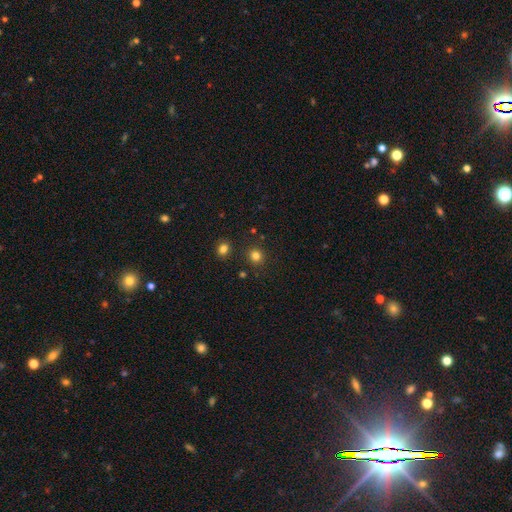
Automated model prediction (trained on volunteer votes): smooth 80%, star or artifact 15%, featured or disk 5%. Down the decision tree: how rounded — round (89%); merging — none (88%).